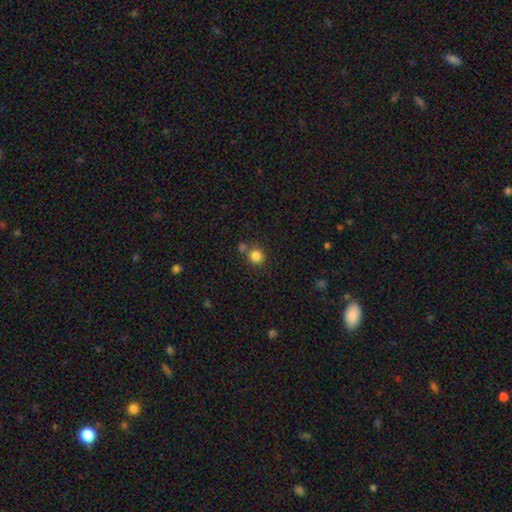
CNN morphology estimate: Smooth or featured? smooth (84%)
How rounded? round (90%)
Merging? none (69%)